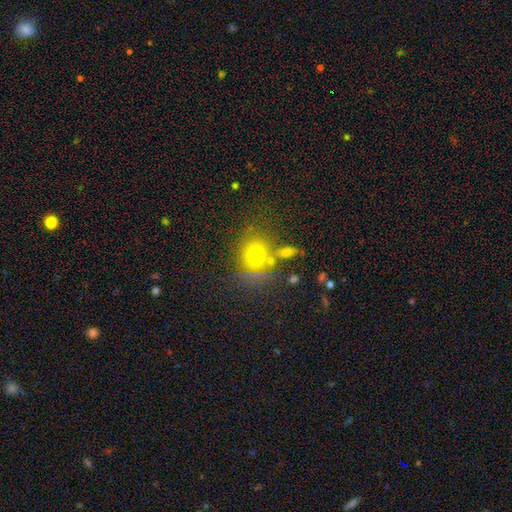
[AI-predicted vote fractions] smooth_or_featured: smooth (p=0.69) [alt: star or artifact p=0.16]
how_rounded: round (p=0.70) [alt: in between p=0.28]
merging: none (p=0.63) [alt: merger p=0.16]